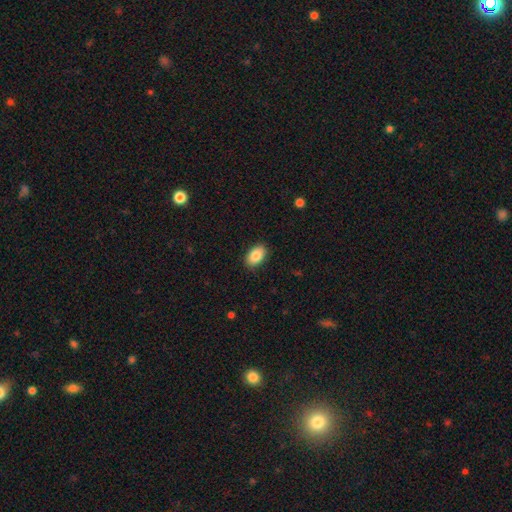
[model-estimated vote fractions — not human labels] smooth 86%, star or artifact 7%, featured or disk 7%. Down the decision tree: how rounded — in between (90%); merging — none (88%).